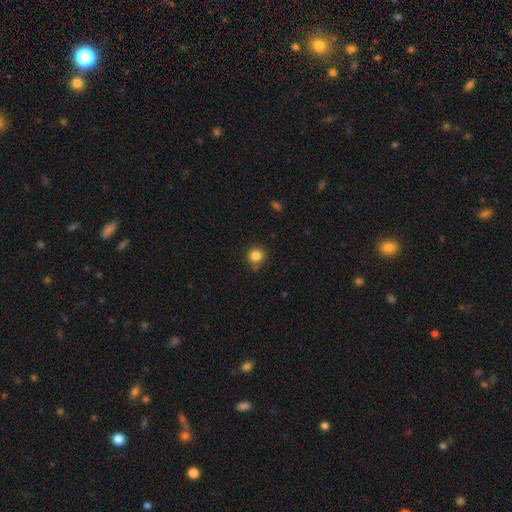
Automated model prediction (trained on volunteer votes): Smooth or featured? smooth (84%)
How rounded? round (90%)
Merging? none (79%)